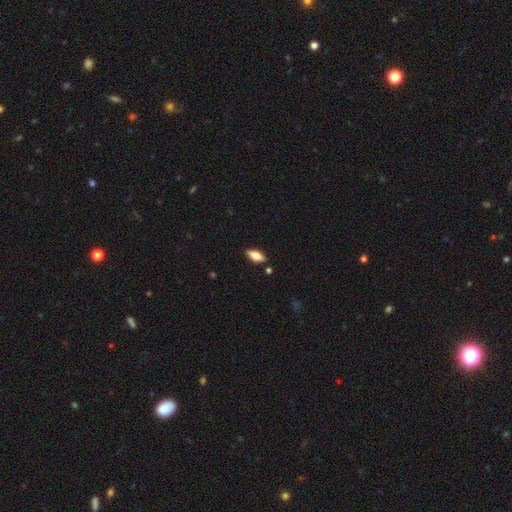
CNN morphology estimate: smooth_or_featured: smooth (p=0.76) [alt: featured or disk p=0.17]
how_rounded: in between (p=0.85) [alt: cigar-shaped p=0.13]
merging: none (p=0.85) [alt: minor disturbance p=0.10]